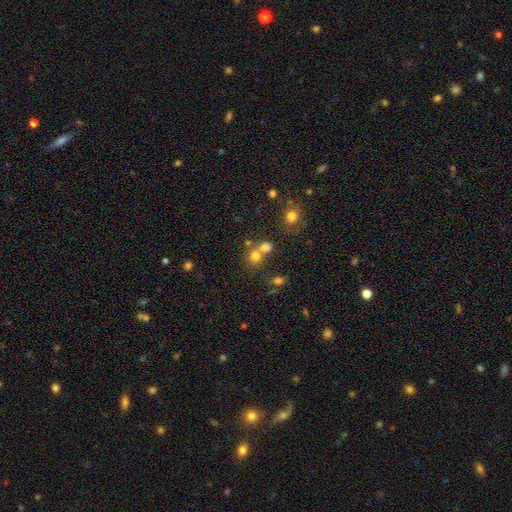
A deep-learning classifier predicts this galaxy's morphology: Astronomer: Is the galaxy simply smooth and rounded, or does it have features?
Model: smooth — 73%.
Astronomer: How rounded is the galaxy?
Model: round — 82%.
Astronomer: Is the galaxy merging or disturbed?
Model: none — 49% (runner-up: merger, 41%).